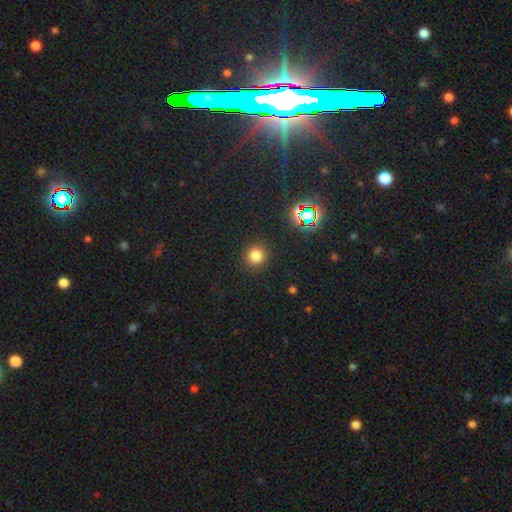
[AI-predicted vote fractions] Smooth or featured?
  - smooth: 77% *
  - star or artifact: 18%
  - featured or disk: 5%
How rounded?
  - round: 92% *
  - in between: 7%
  - cigar-shaped: 1%
Merging?
  - none: 90% *
  - minor disturbance: 6%
  - major disturbance: 3%
  - merger: 1%